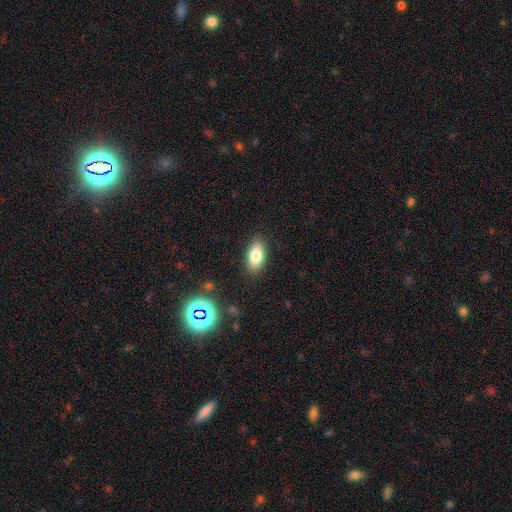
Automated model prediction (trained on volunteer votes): The model was most divided on "smooth or featured": smooth: 81%, featured or disk: 9%, star or artifact: 9%. More confident: how rounded — in between (90%); merging — none (87%).